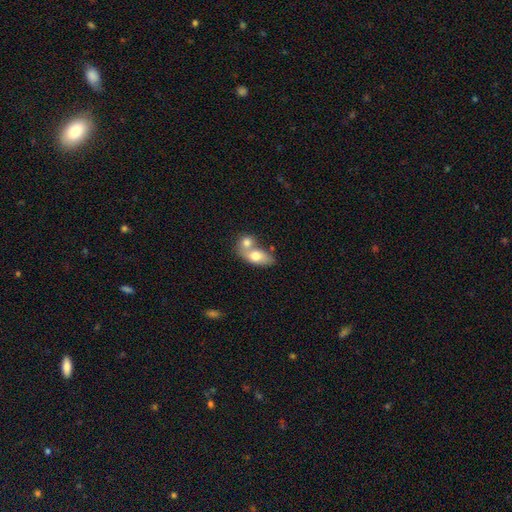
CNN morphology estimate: Q: Smooth or featured?
A: smooth (71%); runner-up: featured or disk (23%)
Q: How rounded?
A: in between (79%); runner-up: round (16%)
Q: Merging?
A: merger (70%); runner-up: none (19%)